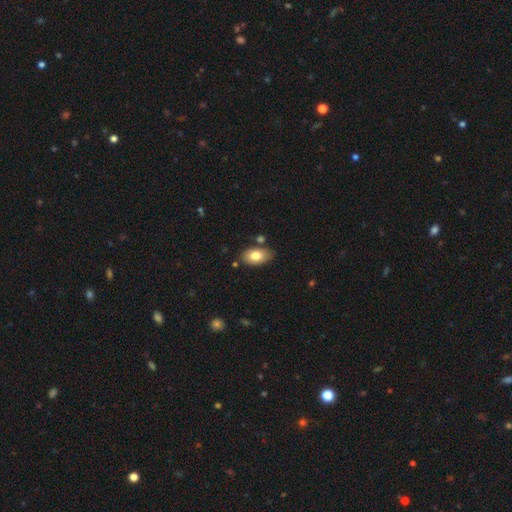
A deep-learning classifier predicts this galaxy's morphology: Overall: smooth (78%). How rounded: in between (92%). Merging: none (78%).